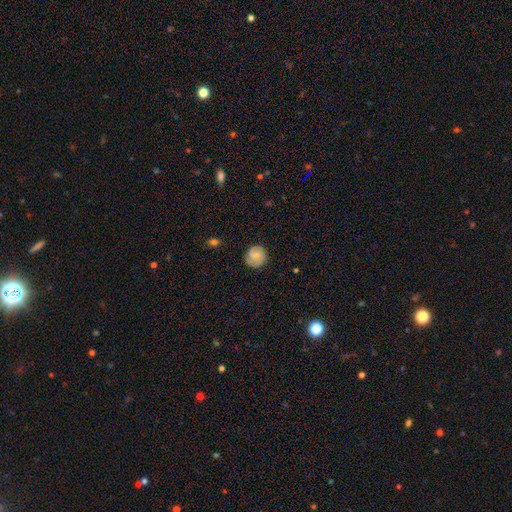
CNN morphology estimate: Smooth or featured?
  - smooth: 57% *
  - featured or disk: 36%
  - star or artifact: 8%
How rounded?
  - round: 86% *
  - in between: 13%
  - cigar-shaped: 1%
Merging?
  - none: 78% *
  - minor disturbance: 17%
  - major disturbance: 4%
  - merger: 1%